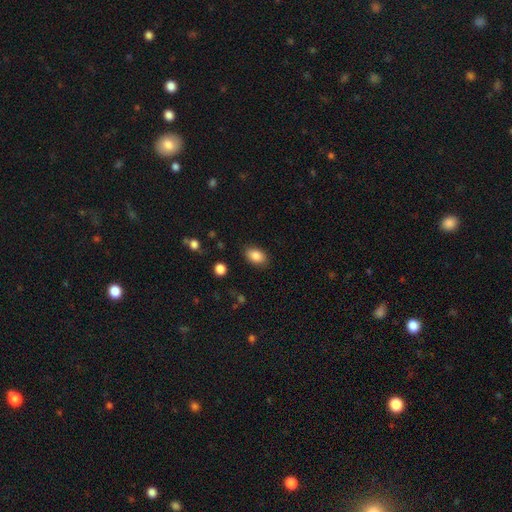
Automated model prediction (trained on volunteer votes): Morphology: type=smooth (86%); roundness=in between (87%); merging=none (85%).